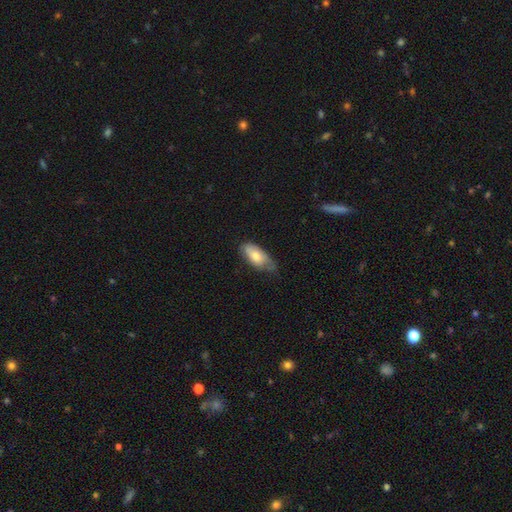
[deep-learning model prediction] Smooth or featured?
  - smooth: 72% *
  - featured or disk: 22%
  - star or artifact: 6%
How rounded?
  - in between: 87% *
  - cigar-shaped: 11%
  - round: 2%
Merging?
  - none: 49% *
  - minor disturbance: 39%
  - major disturbance: 10%
  - merger: 2%